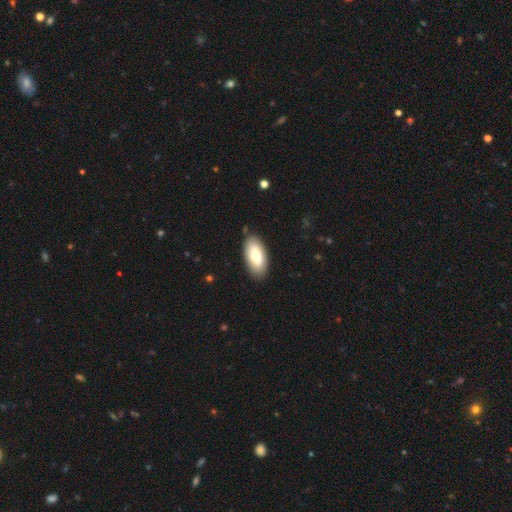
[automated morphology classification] This is likely a smooth galaxy (75%). How rounded: clearly in between (91%). Merging: clearly none (86%).